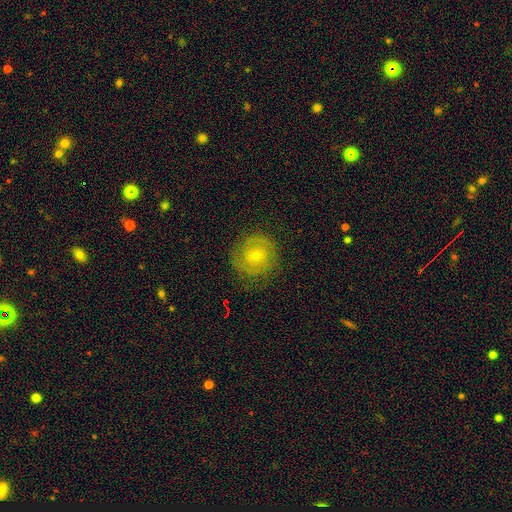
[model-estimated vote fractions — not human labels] The model was most divided on "bulge size": small: 58%, moderate: 38%, large: 2%, none: 1%, dominant: 1%. More confident: edge-on disk — no (97%); spiral arms — yes (81%); merging — none (80%); bar — no (60%); smooth or featured — featured or disk (58%).